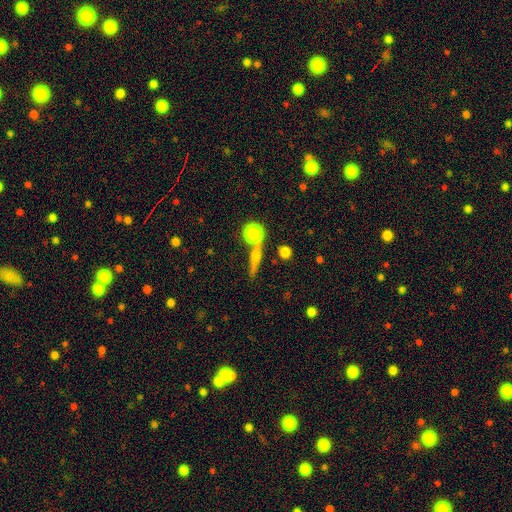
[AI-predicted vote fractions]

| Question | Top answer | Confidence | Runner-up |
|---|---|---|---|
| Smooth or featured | featured or disk | 47% | smooth (37%) |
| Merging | none | 70% | merger (15%) |